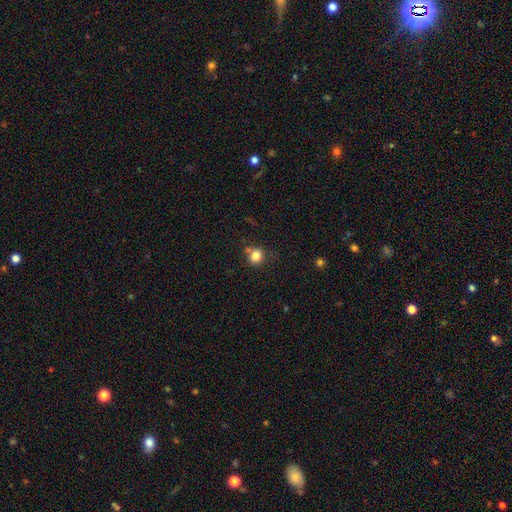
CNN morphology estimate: Smooth or featured?
  - smooth: 81% *
  - star or artifact: 12%
  - featured or disk: 7%
How rounded?
  - round: 80% *
  - in between: 19%
  - cigar-shaped: 1%
Merging?
  - none: 67% *
  - minor disturbance: 18%
  - merger: 10%
  - major disturbance: 5%